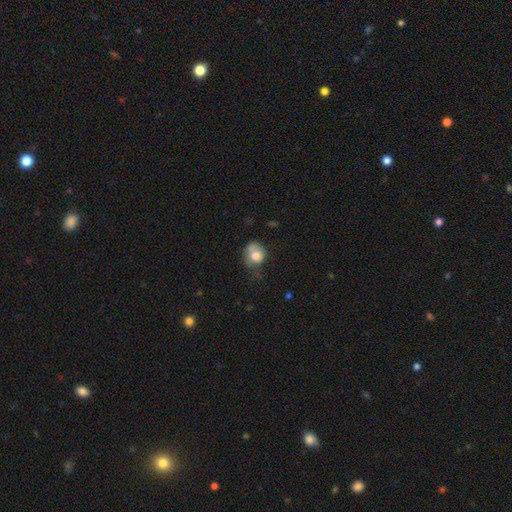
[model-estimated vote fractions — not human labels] Overall: smooth (72%). How rounded: round (60%; in between 39%). Merging: none (35%; minor disturbance 31%).